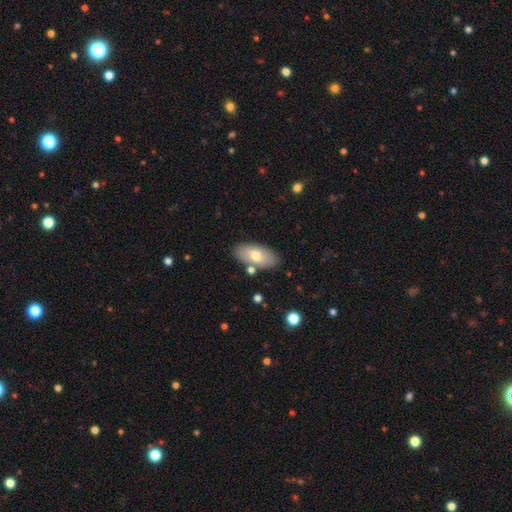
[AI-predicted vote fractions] The model was most divided on "smooth or featured": smooth: 69%, featured or disk: 24%, star or artifact: 7%. More confident: how rounded — in between (91%); merging — none (82%).